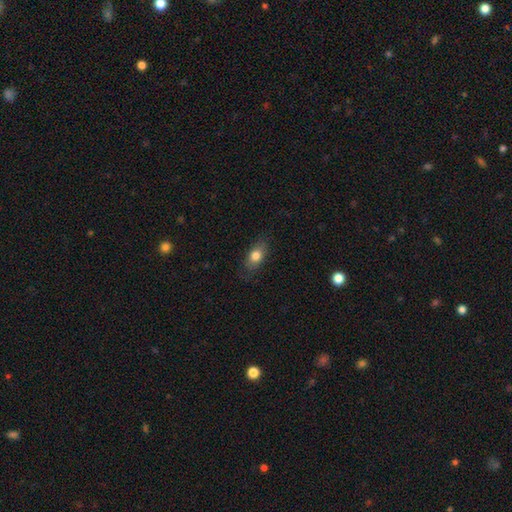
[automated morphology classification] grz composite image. It shows a smooth galaxy with no disk features (79%) that is in between round and cigar-shaped (81%). Merging: none (82%).